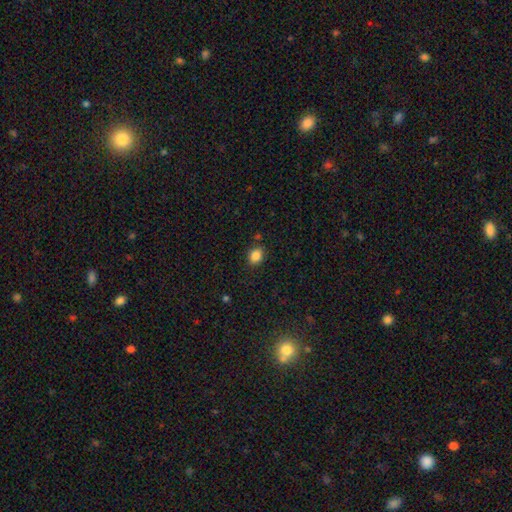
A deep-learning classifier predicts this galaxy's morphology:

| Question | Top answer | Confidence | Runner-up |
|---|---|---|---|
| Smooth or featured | smooth | 85% | star or artifact (10%) |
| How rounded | in between | 54% | round (45%) |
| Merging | none | 84% | minor disturbance (11%) |